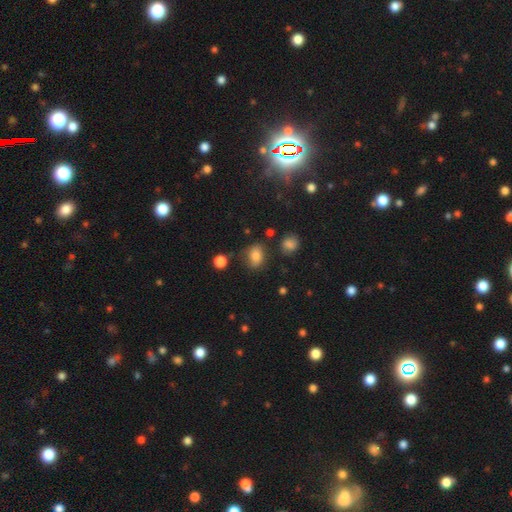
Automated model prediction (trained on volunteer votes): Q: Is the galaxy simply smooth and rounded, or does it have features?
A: smooth — 79%.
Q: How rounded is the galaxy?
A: in between — 65%.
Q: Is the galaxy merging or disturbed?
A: none — 65%.